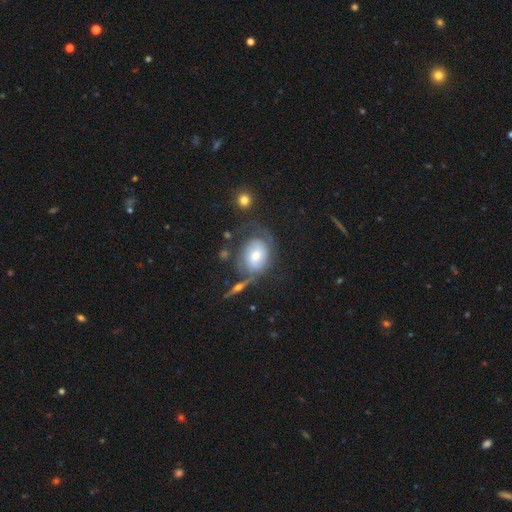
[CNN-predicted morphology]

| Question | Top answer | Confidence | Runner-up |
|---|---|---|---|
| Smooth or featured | featured or disk | 51% | smooth (40%) |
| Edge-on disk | no | 92% | yes (8%) |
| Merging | none | 46% | minor disturbance (23%) |